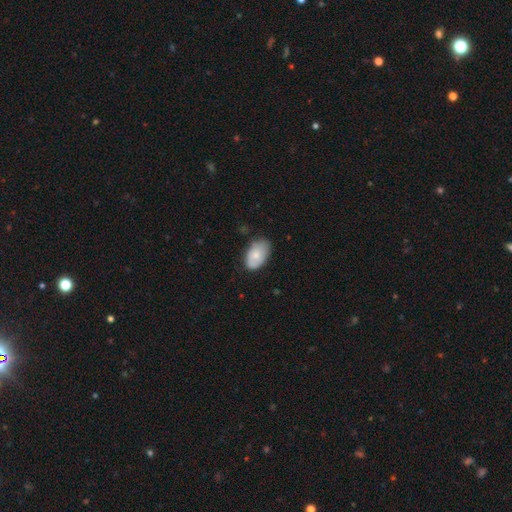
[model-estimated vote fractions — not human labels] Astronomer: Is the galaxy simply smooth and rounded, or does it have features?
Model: smooth — 74%.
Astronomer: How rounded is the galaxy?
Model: in between — 92%.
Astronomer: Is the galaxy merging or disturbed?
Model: none — 66%.